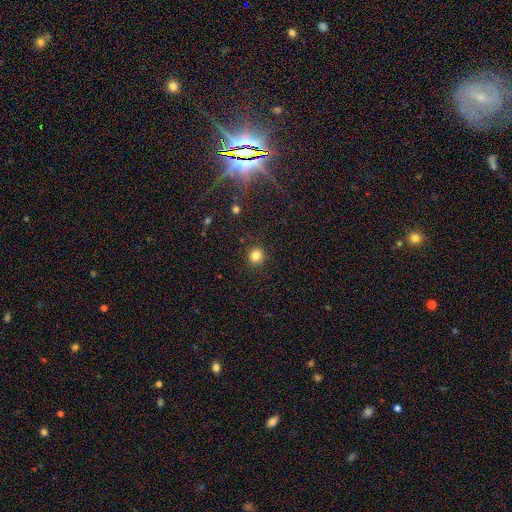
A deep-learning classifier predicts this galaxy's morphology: smooth_or_featured: smooth (p=0.83) [alt: star or artifact p=0.13]
how_rounded: round (p=0.90) [alt: in between p=0.09]
merging: none (p=0.90) [alt: minor disturbance p=0.06]